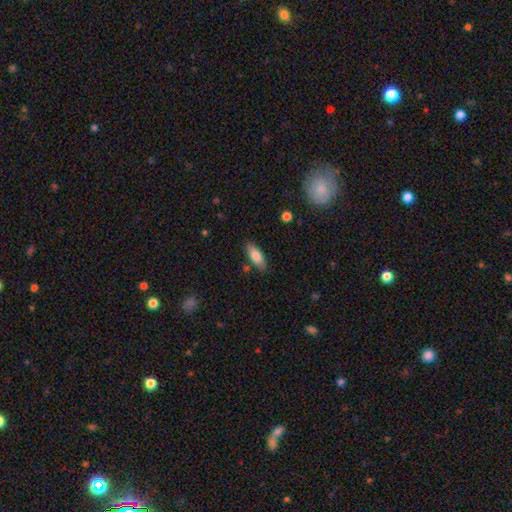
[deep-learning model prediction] smooth-or-featured: smooth: 83% | featured or disk: 10% | star or artifact: 7%
  how-rounded: in between: 75% | cigar-shaped: 24% | round: 2%
  merging: none: 84% | minor disturbance: 11% | merger: 2% | major disturbance: 2%